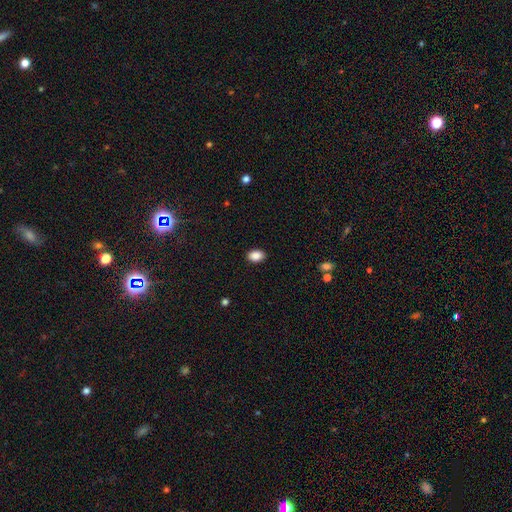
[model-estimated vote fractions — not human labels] smooth_or_featured: smooth (p=0.89) [alt: star or artifact p=0.08]
how_rounded: in between (p=0.82) [alt: round p=0.17]
merging: none (p=0.89) [alt: minor disturbance p=0.08]